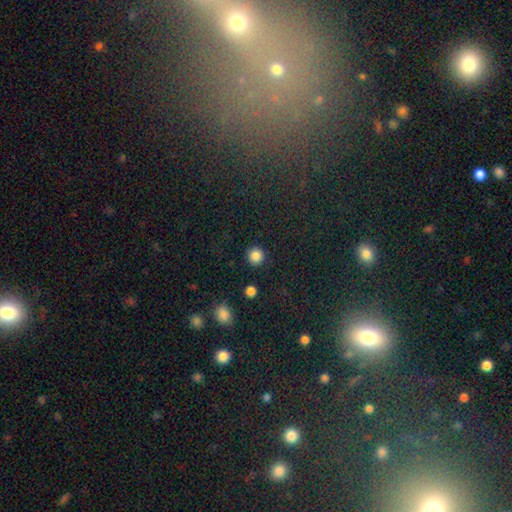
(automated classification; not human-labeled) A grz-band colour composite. It shows a smooth galaxy with no disk features (86%) that is round (94%). Merging: none (91%).